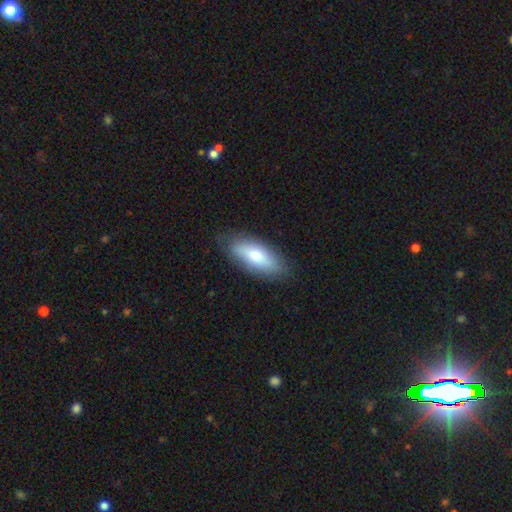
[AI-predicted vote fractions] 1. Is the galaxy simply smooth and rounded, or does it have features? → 74% smooth, 20% featured or disk, 6% star or artifact.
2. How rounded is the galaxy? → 74% in between, 24% cigar-shaped, 2% round.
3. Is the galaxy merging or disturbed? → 81% none, 14% minor disturbance, 3% major disturbance, 1% merger.